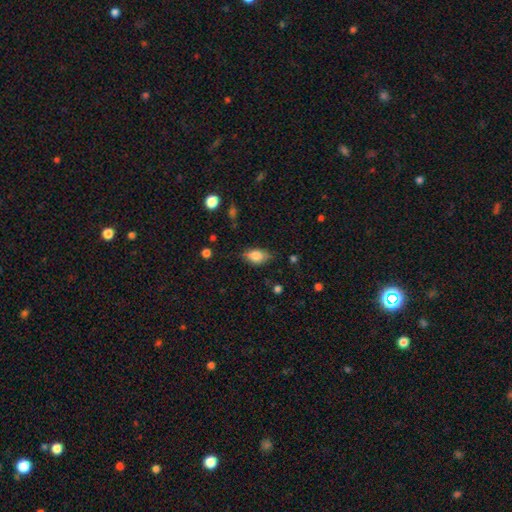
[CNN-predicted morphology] Smooth or featured? Predicted: smooth (p=0.73). How rounded? Predicted: in between (p=0.84). Merging? Predicted: none (p=0.71).